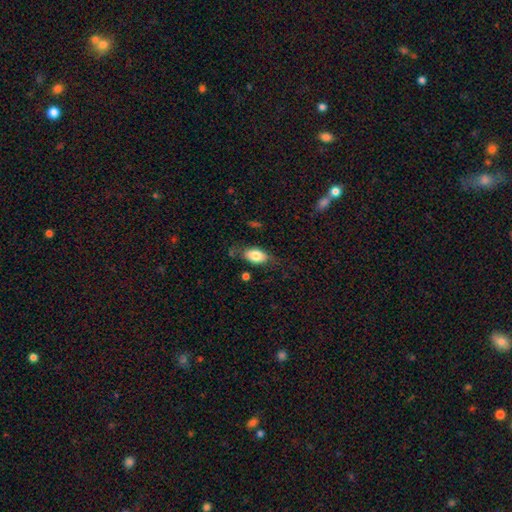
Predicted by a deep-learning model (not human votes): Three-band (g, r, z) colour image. It shows a smooth galaxy with no disk features (78%) that is in between round and cigar-shaped (90%). Merging: none (65%).